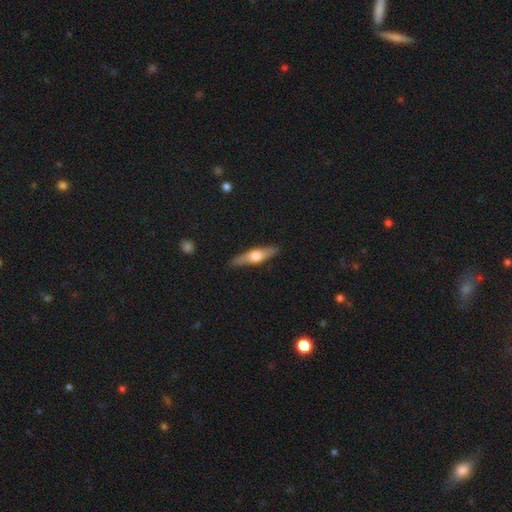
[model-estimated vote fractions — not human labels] Overall: featured or disk (57%; smooth 37%). Edge-on disk: yes (93%). Edge-on bulge: rounded (94%). Merging: none (87%).